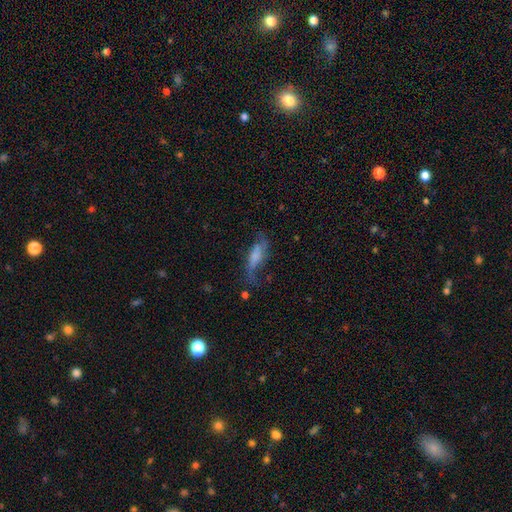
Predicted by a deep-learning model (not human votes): A featured or disk galaxy (47%). Merging: none (44%).